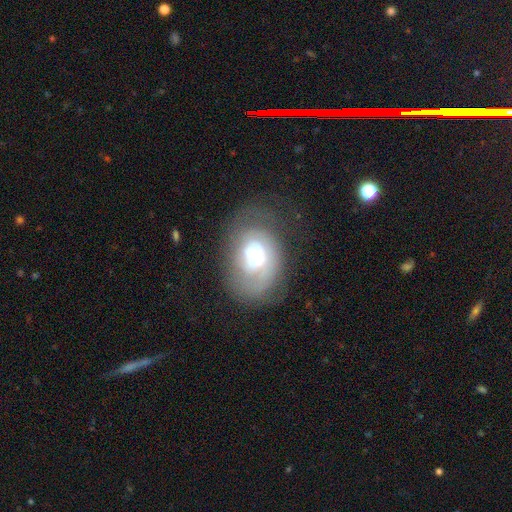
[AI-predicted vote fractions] The model was most divided on "spiral arms": yes: 56%, no: 44%. Remaining: edge-on disk — no (96%); bar — no (61%); smooth or featured — featured or disk (53%); bulge size — moderate (45%); merging — none (42%).